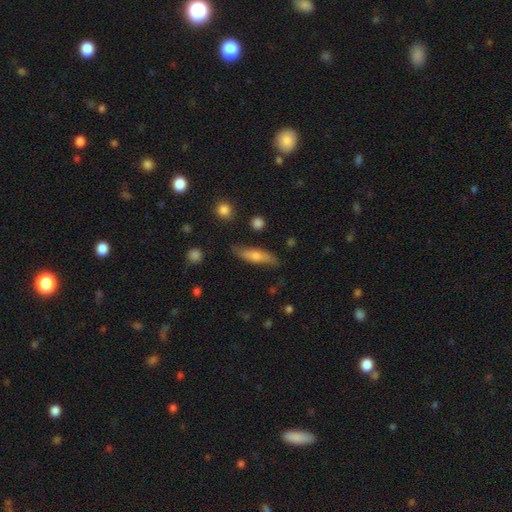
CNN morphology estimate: smooth-or-featured: smooth: 49% | featured or disk: 43% | star or artifact: 8%
  merging: none: 79% | minor disturbance: 16% | major disturbance: 3% | merger: 2%